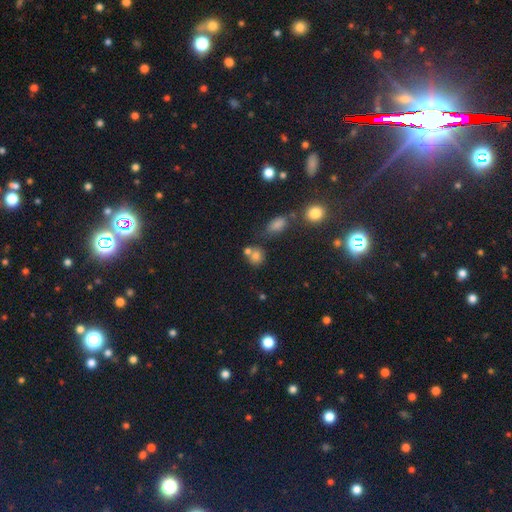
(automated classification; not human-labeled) Overall: smooth (74%). How rounded: round (70%). Merging: none (50%; merger 33%).